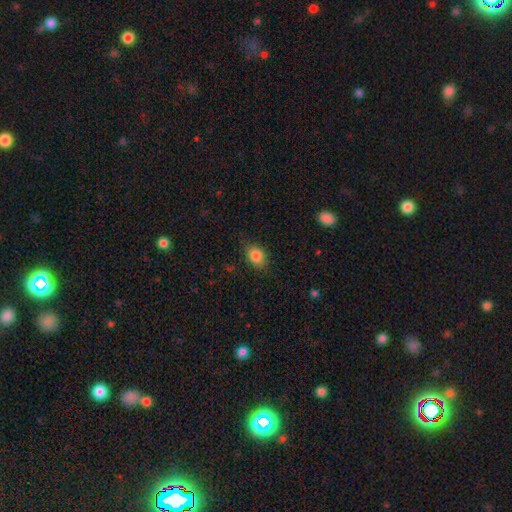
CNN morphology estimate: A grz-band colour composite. It shows a smooth galaxy with no disk features (85%) that is in between round and cigar-shaped (65%). Merging: none (80%).